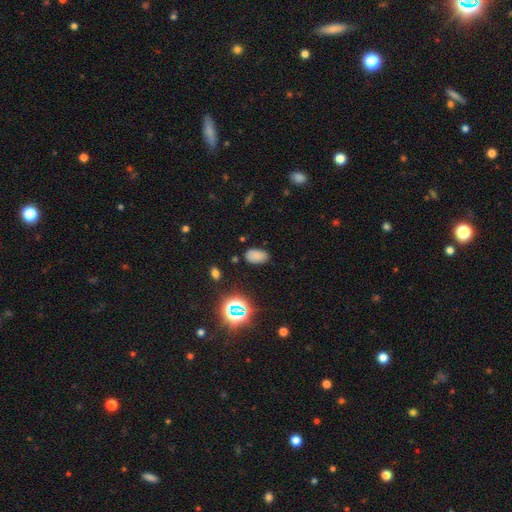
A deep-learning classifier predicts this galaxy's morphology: smooth 74%, star or artifact 19%, featured or disk 7%. Down the decision tree: how rounded — in between (92%); merging — none (80%).